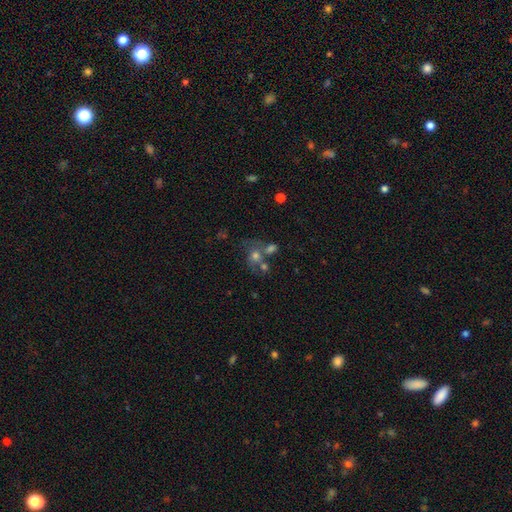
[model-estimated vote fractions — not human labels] Smooth or featured: smooth — 54% (featured or disk — 24%)
How rounded: round — 72% (in between — 27%)
Merging: none — 40% (merger — 39%)